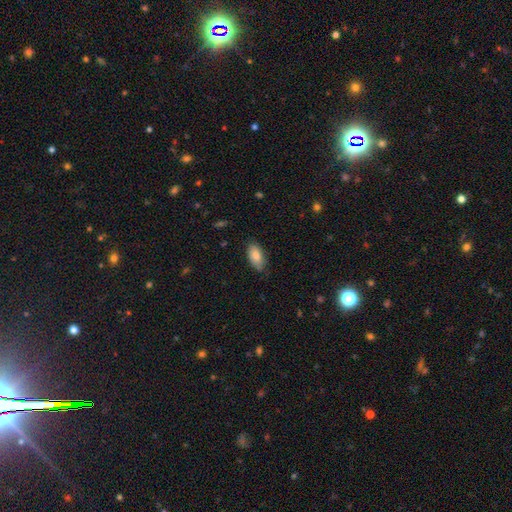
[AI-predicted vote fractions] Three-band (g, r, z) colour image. It shows a smooth galaxy with no disk features (82%) that is in between round and cigar-shaped (93%). Merging: none (74%).